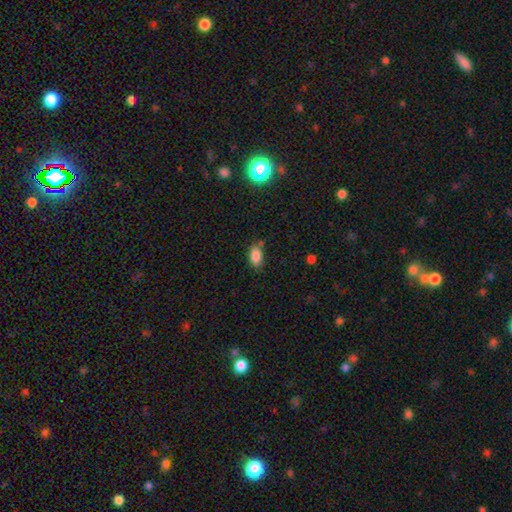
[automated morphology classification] smooth 85%, star or artifact 9%, featured or disk 6%. Down the decision tree: how rounded — in between (90%); merging — none (73%).